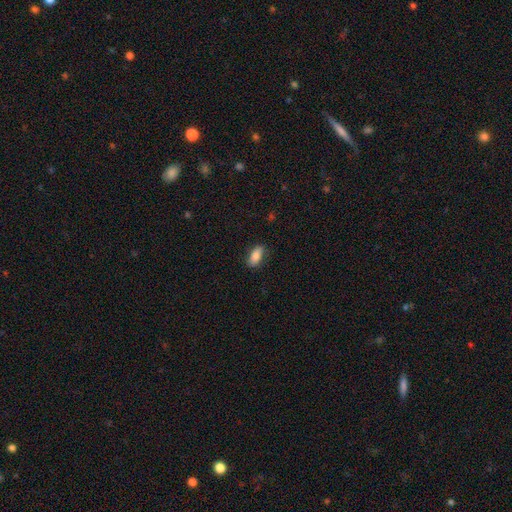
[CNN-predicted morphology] A smooth galaxy with no disk features (79%) that is in between round and cigar-shaped (83%).

Vote fractions:
- Smooth or featured? smooth: 79% / featured or disk: 14% / star or artifact: 7%
- How rounded? in between: 83% / cigar-shaped: 14% / round: 3%
- Merging? none: 81% / minor disturbance: 15% / major disturbance: 3% / merger: 1%